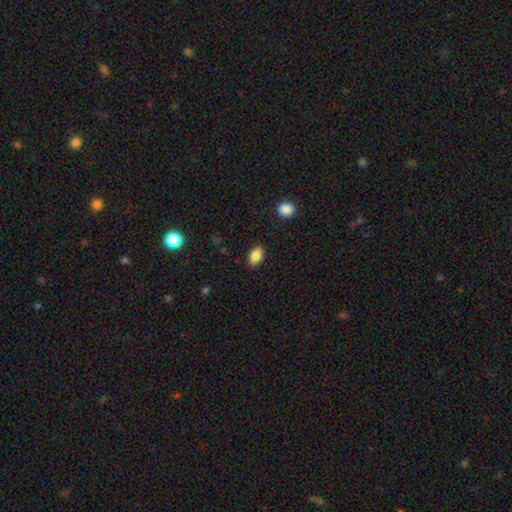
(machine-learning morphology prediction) type=smooth (86%); roundness=in between (89%); merging=none (87%).